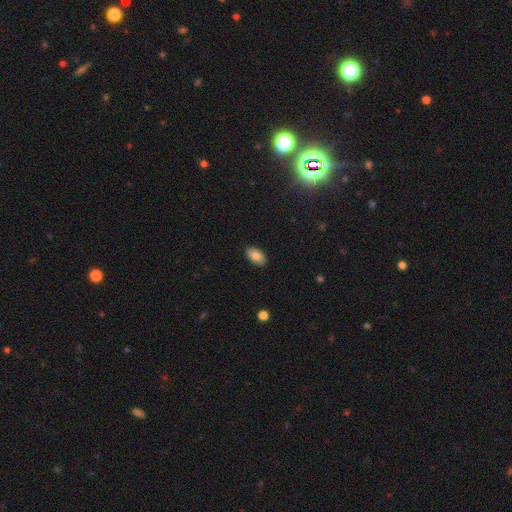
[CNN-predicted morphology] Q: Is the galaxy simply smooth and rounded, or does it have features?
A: smooth — 85%.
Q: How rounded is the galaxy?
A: in between — 94%.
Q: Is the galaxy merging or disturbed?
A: none — 89%.